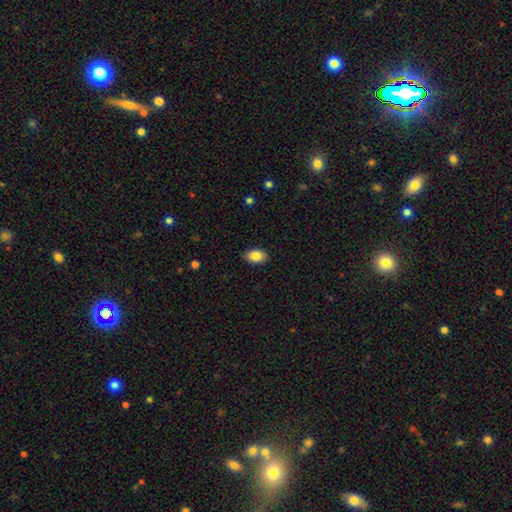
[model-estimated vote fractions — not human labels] A smooth galaxy with no disk features (86%) that is in between round and cigar-shaped (87%).

Vote fractions:
- Smooth or featured? smooth: 86% / star or artifact: 8% / featured or disk: 6%
- How rounded? in between: 87% / round: 12% / cigar-shaped: 1%
- Merging? none: 89% / minor disturbance: 8% / major disturbance: 2% / merger: 1%